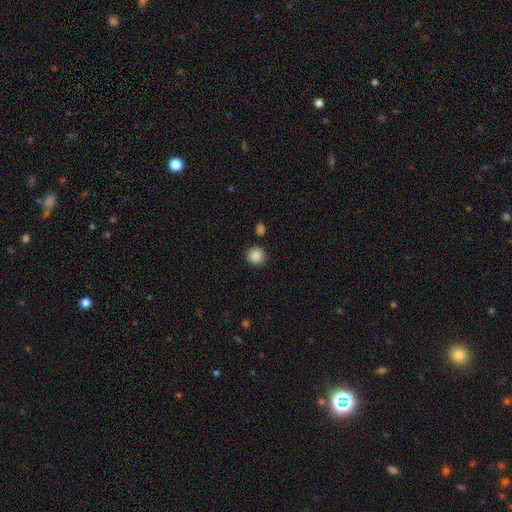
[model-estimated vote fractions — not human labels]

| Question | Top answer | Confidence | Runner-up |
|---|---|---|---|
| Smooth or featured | smooth | 88% | star or artifact (9%) |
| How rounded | round | 92% | in between (7%) |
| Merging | none | 85% | minor disturbance (9%) |